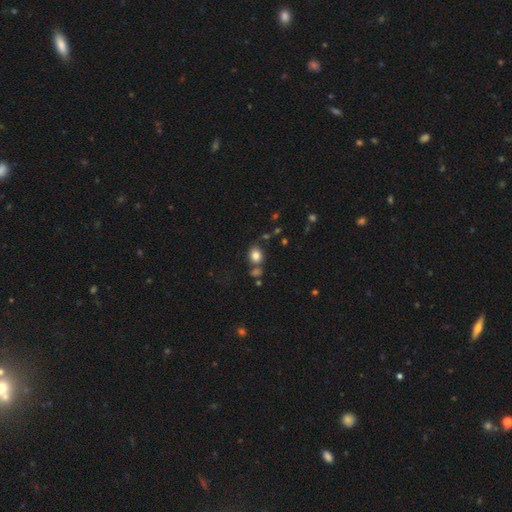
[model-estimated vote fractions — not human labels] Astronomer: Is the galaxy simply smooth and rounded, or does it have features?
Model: smooth — 82%.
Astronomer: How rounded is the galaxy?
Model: round — 59% (runner-up: in between, 40%).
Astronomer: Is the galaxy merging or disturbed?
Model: none — 65%.